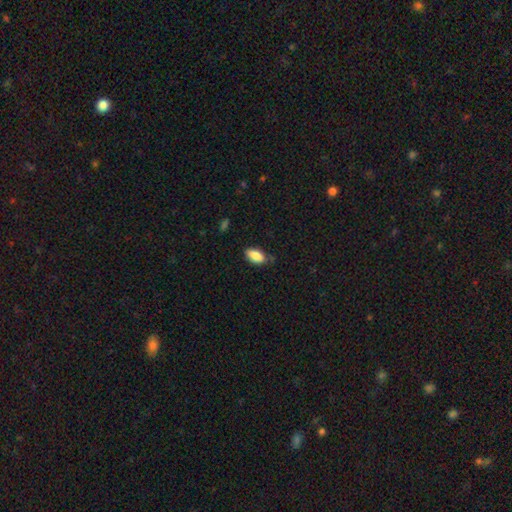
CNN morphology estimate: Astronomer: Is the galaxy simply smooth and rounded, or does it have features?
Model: smooth — 87%.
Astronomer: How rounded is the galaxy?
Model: in between — 91%.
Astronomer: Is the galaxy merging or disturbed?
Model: none — 75%.